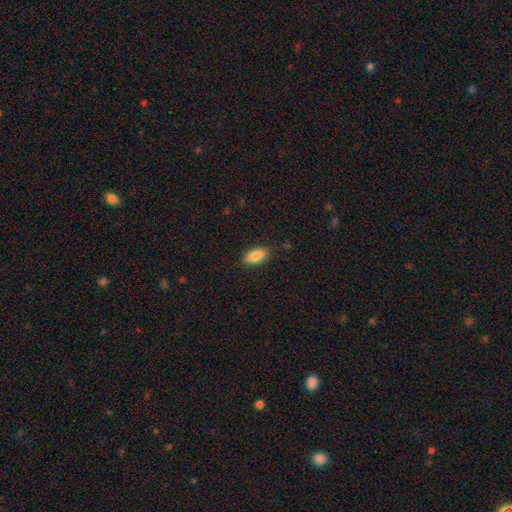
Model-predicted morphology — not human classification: A smooth galaxy with no disk features (86%) that is in between round and cigar-shaped (89%). Merging: none (87%).